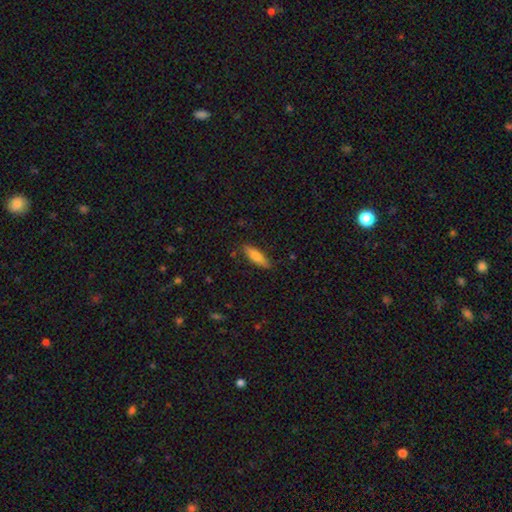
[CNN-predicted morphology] A smooth galaxy with no disk features (73%) that is cigar-shaped (52%). Merging: none (82%).